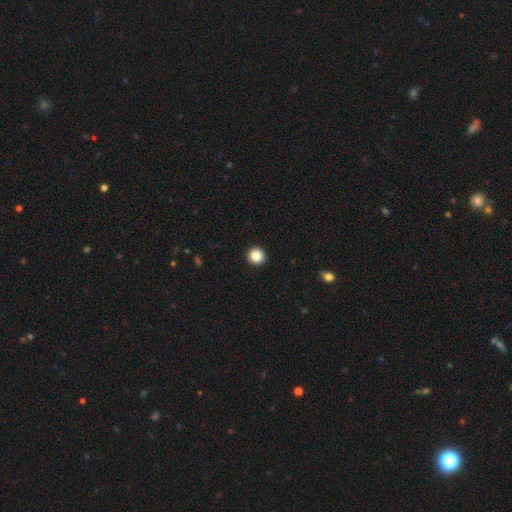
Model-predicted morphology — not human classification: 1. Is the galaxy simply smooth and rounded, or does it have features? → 86% smooth, 10% star or artifact, 4% featured or disk.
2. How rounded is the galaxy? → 95% round, 4% in between, 1% cigar-shaped.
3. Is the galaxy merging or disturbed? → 94% none, 4% minor disturbance, 1% major disturbance, 1% merger.